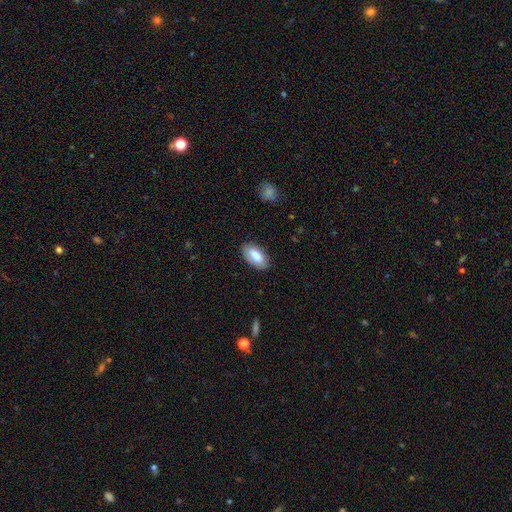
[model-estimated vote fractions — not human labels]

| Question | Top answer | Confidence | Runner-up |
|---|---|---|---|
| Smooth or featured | smooth | 85% | featured or disk (9%) |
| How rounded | in between | 94% | cigar-shaped (4%) |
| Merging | none | 84% | minor disturbance (12%) |